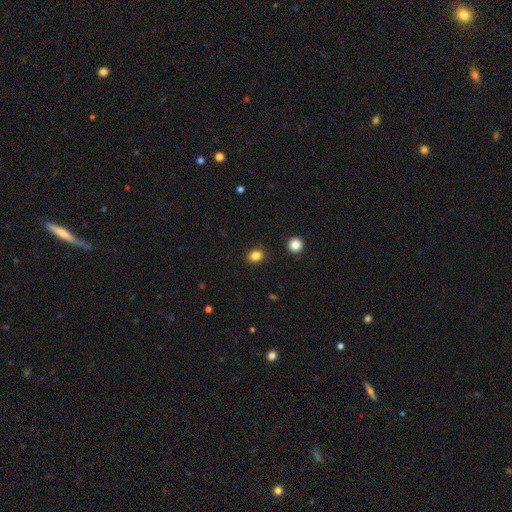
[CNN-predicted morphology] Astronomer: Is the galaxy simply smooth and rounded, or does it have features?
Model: smooth — 83%.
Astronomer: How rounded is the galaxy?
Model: round — 68%.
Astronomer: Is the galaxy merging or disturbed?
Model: none — 90%.